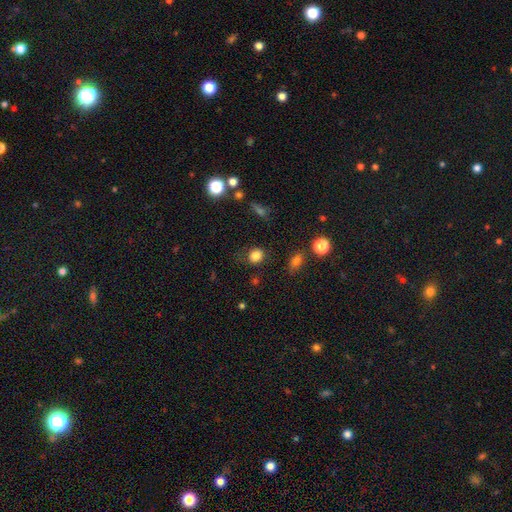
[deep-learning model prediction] smooth-or-featured: smooth: 83% | star or artifact: 12% | featured or disk: 5%
  how-rounded: round: 71% | in between: 28% | cigar-shaped: 1%
  merging: none: 75% | minor disturbance: 16% | major disturbance: 6% | merger: 3%